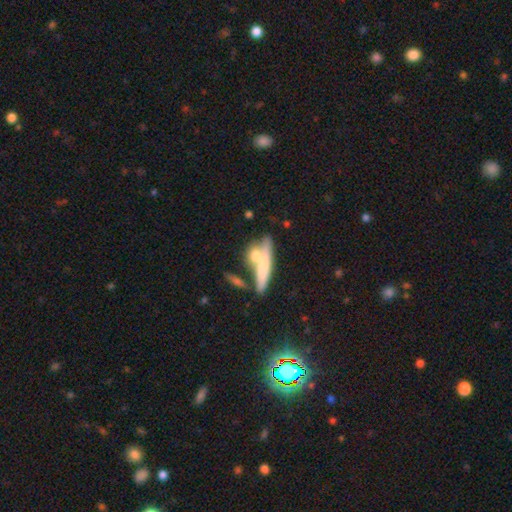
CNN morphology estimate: Smooth or featured? Predicted: smooth (p=0.62). How rounded? Predicted: cigar-shaped (p=0.59). Merging? Predicted: none (p=0.44).